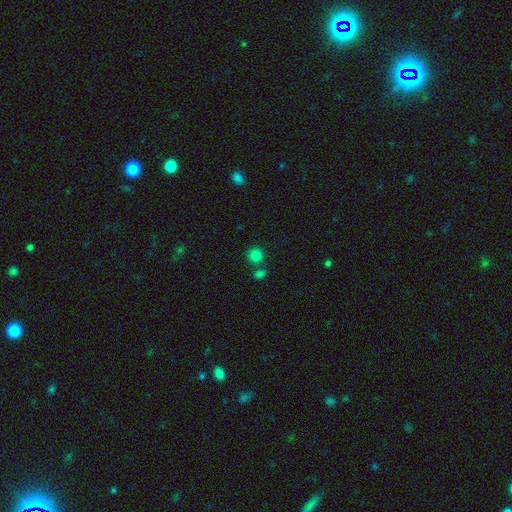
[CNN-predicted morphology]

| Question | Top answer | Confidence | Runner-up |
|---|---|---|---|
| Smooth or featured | smooth | 82% | star or artifact (13%) |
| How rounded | round | 90% | in between (9%) |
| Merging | none | 71% | merger (17%) |